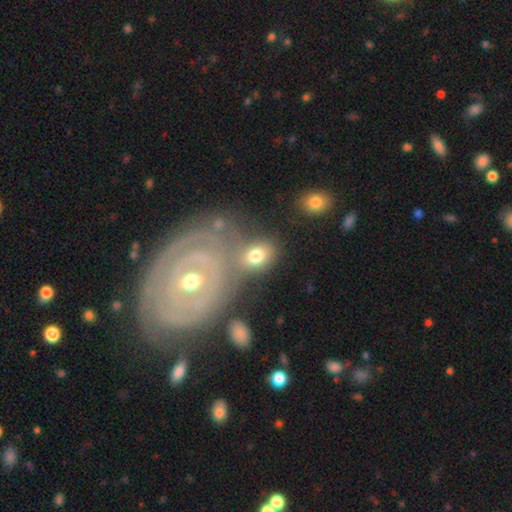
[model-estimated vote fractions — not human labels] Smooth or featured? smooth (67%)
How rounded? in between (61%)
Merging? none (52%)